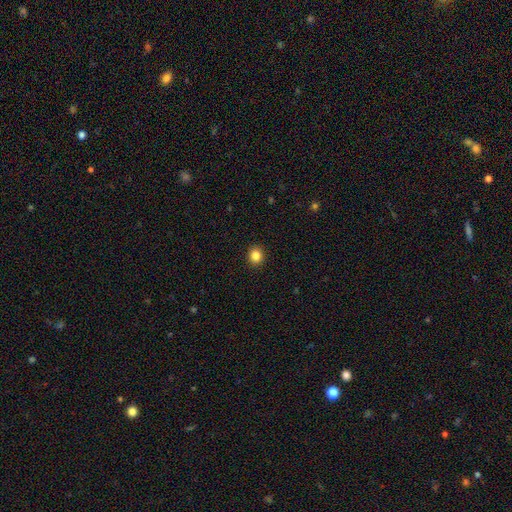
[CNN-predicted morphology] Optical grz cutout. It shows a smooth galaxy with no disk features (84%) that is round (80%). Merging: none (92%).